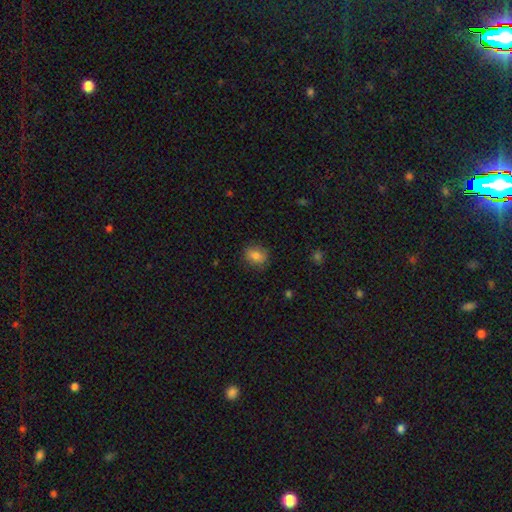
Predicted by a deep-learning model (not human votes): Overall: smooth (85%). How rounded: in between (52%; round 47%). Merging: none (82%).